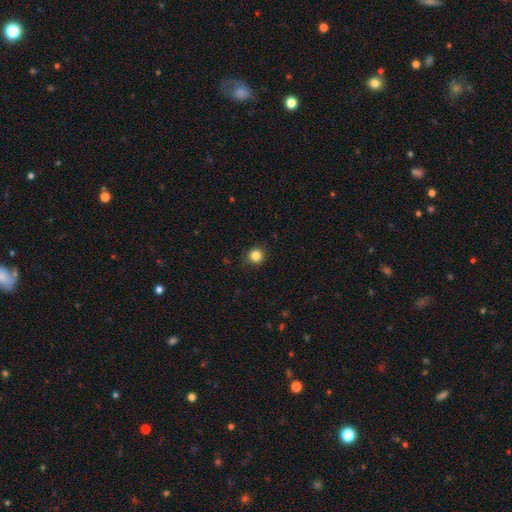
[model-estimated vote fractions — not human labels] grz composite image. It shows a smooth galaxy with no disk features (84%) that is round (92%). Merging: none (90%).